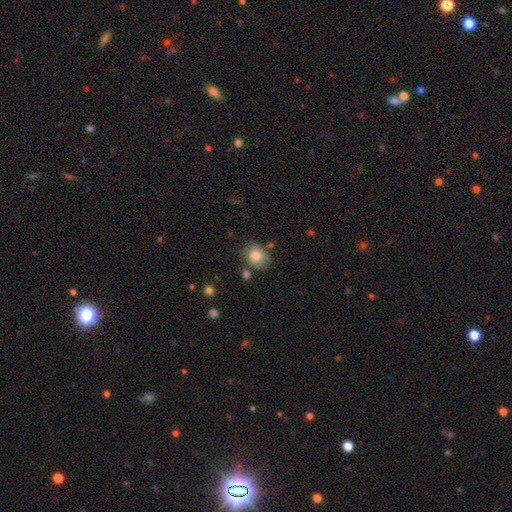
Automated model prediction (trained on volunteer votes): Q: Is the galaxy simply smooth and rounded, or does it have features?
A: smooth — 80%.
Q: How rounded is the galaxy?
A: round — 50%.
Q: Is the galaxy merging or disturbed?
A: none — 69%.